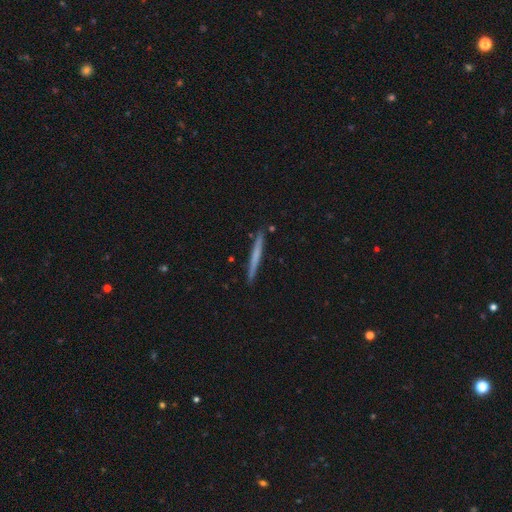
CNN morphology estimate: Smooth or featured? smooth (49%)
Merging? none (91%)